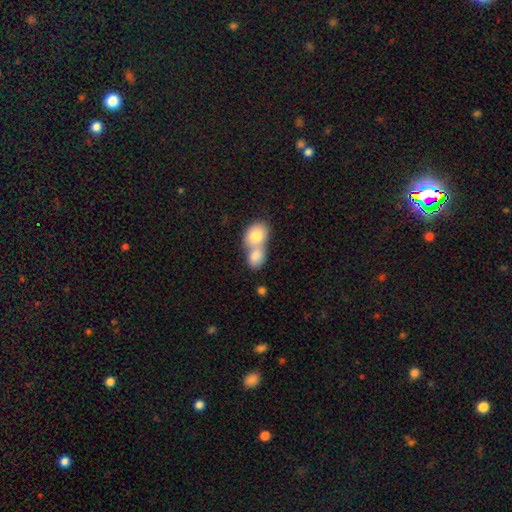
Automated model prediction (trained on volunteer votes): smooth-or-featured: smooth: 79% | featured or disk: 15% | star or artifact: 7%
  how-rounded: in between: 65% | round: 33% | cigar-shaped: 2%
  merging: merger: 77% | none: 16% | minor disturbance: 5% | major disturbance: 2%